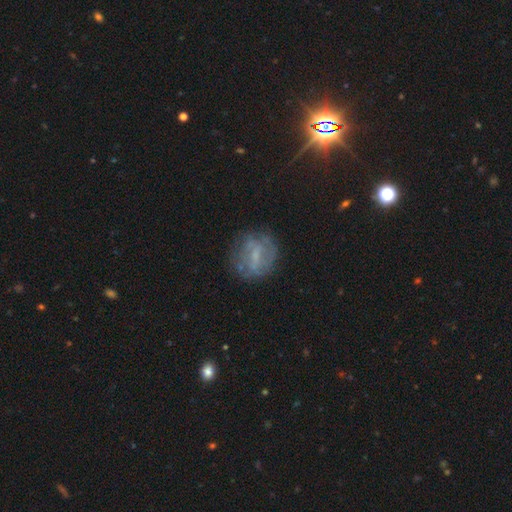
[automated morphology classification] type=featured or disk (56%); edge-on=no (95%); bar=weak (48%); spiral arms=yes (53%); bulge=small (45%); merging=none (71%).